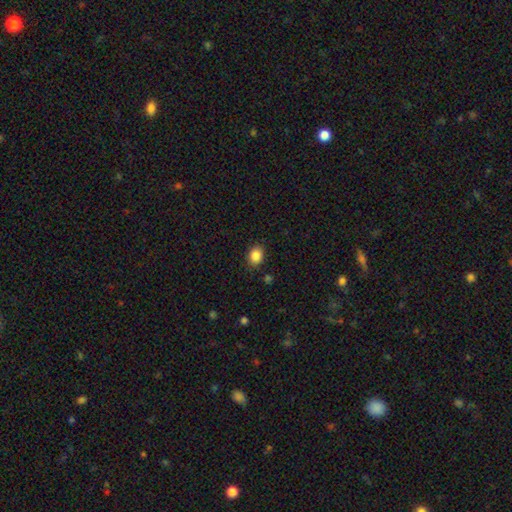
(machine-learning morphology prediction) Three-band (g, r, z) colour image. It shows a smooth galaxy with no disk features (86%) that is in between round and cigar-shaped (56%). Merging: none (86%).